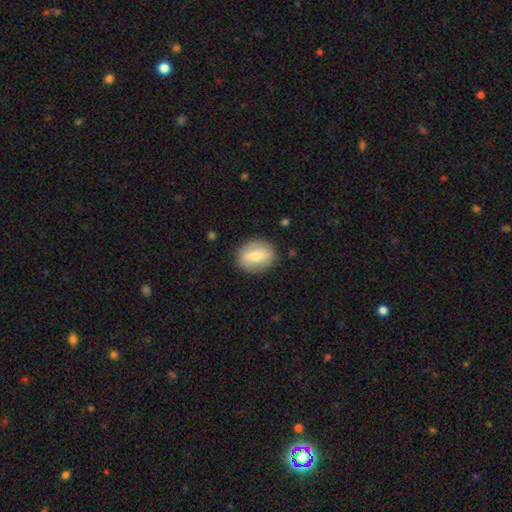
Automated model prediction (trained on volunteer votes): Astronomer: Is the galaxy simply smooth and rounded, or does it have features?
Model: smooth — 63%.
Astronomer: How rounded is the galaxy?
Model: in between — 52% (runner-up: round, 46%).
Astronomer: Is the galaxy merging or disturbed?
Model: none — 84%.